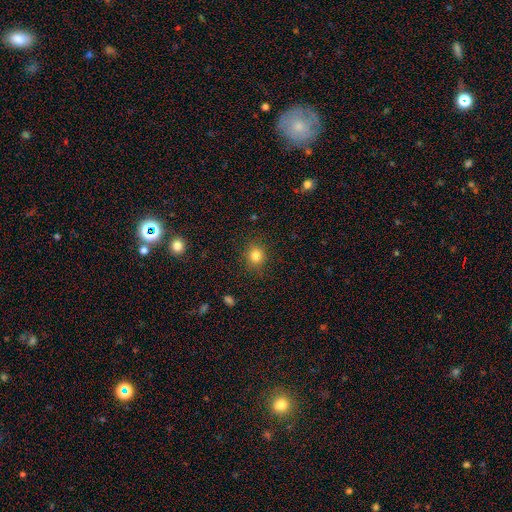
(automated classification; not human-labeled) The model was most divided on "smooth or featured": smooth: 82%, star or artifact: 12%, featured or disk: 6%. More confident: merging — none (88%); how rounded — round (87%).